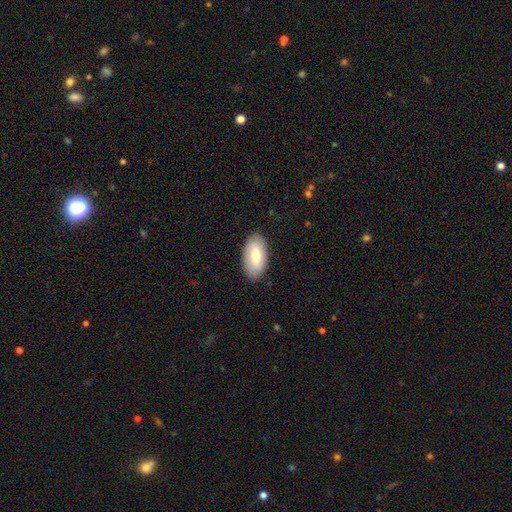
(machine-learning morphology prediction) smooth_or_featured: smooth (p=0.65) [alt: featured or disk p=0.29]
how_rounded: in between (p=0.94) [alt: cigar-shaped p=0.03]
merging: none (p=0.87) [alt: minor disturbance p=0.10]